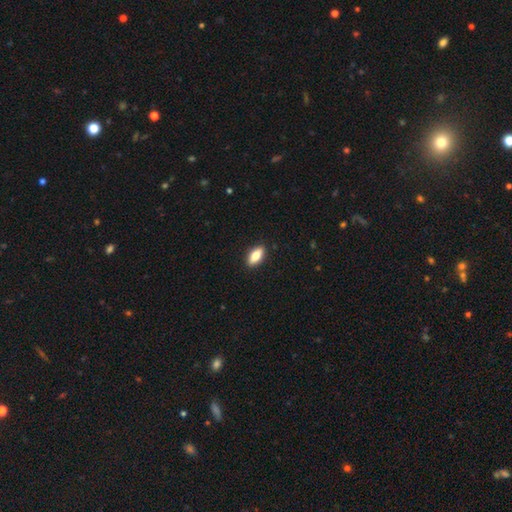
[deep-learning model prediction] A smooth galaxy with no disk features (76%) that is in between round and cigar-shaped (85%).

Vote fractions:
- Smooth or featured? smooth: 76% / featured or disk: 17% / star or artifact: 7%
- How rounded? in between: 85% / cigar-shaped: 12% / round: 4%
- Merging? none: 90% / minor disturbance: 7% / major disturbance: 2% / merger: 1%